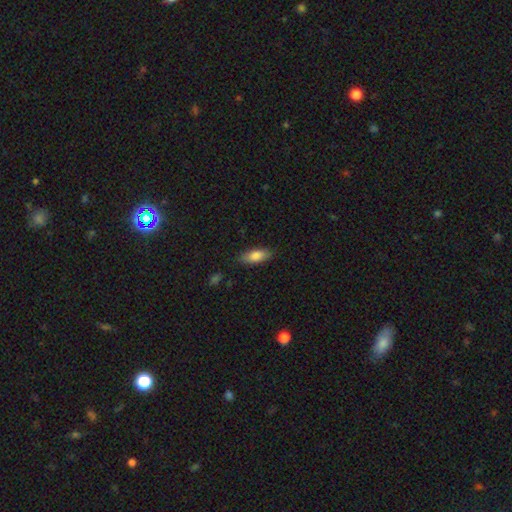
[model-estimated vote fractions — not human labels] smooth_or_featured: smooth (p=0.83) [alt: featured or disk p=0.10]
how_rounded: in between (p=0.78) [alt: cigar-shaped p=0.20]
merging: none (p=0.85) [alt: minor disturbance p=0.11]